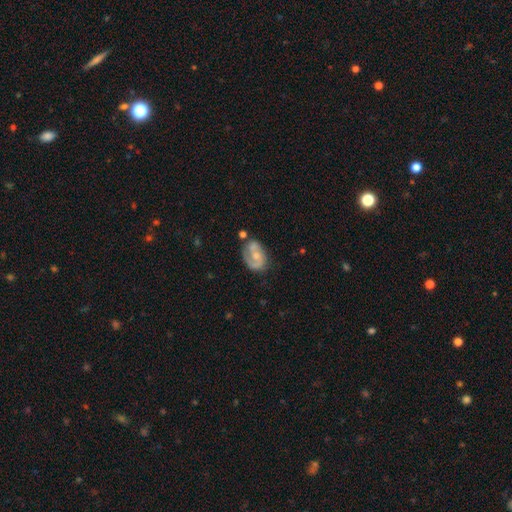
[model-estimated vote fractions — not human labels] Smooth or featured: featured or disk — 67% (smooth — 26%)
Edge-on disk: no — 97% (yes — 3%)
Bar: no — 63% (weak — 32%)
Spiral arms: yes — 83% (no — 17%)
Spiral winding: medium — 43% (tight — 33%)
Spiral arm count: 2 — 61% (1 — 23%)
Bulge size: moderate — 47% (small — 39%)
Merging: none — 54% (minor disturbance — 25%)